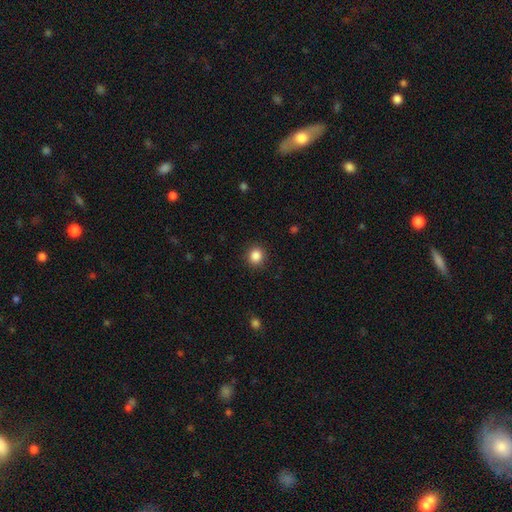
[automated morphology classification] Smooth or featured: smooth — 86% (star or artifact — 11%)
How rounded: round — 89% (in between — 11%)
Merging: none — 91% (minor disturbance — 6%)